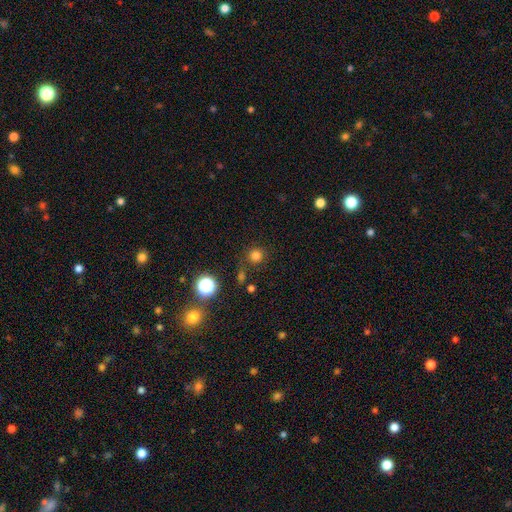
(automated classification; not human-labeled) The model was most divided on "smooth or featured": smooth: 78%, star or artifact: 18%, featured or disk: 5%. More confident: how rounded — round (93%); merging — none (83%).